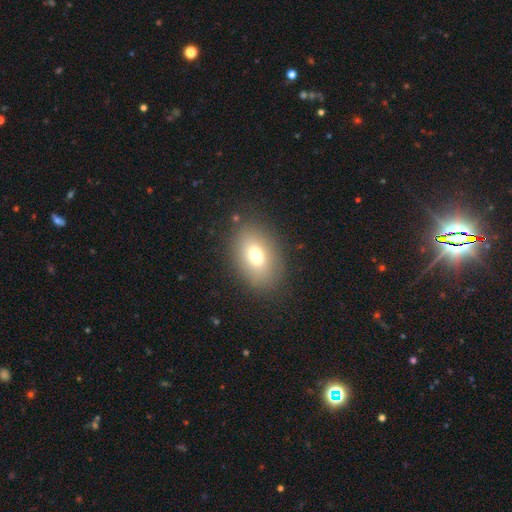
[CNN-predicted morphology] type=smooth (73%); roundness=in between (80%); merging=none (84%).